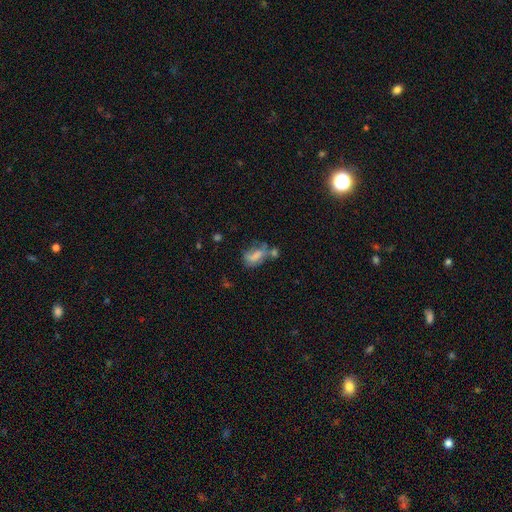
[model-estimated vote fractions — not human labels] smooth 56%, featured or disk 32%, star or artifact 13%. Down the decision tree: how rounded — in between (80%); merging — merger (29%).